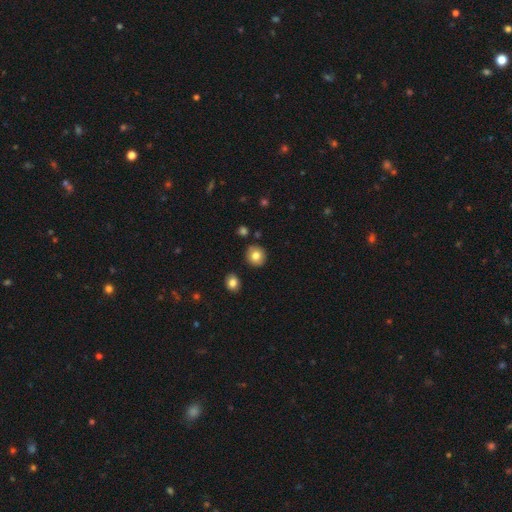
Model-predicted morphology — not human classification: smooth 80%, featured or disk 10%, star or artifact 9%. Down the decision tree: how rounded — round (89%); merging — none (87%).